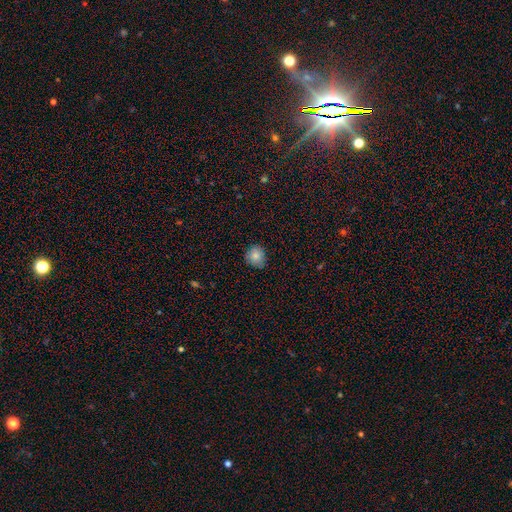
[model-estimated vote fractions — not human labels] smooth-or-featured: smooth: 83% | star or artifact: 9% | featured or disk: 7%
  how-rounded: round: 82% | in between: 17% | cigar-shaped: 1%
  merging: none: 79% | minor disturbance: 18% | major disturbance: 3% | merger: 1%